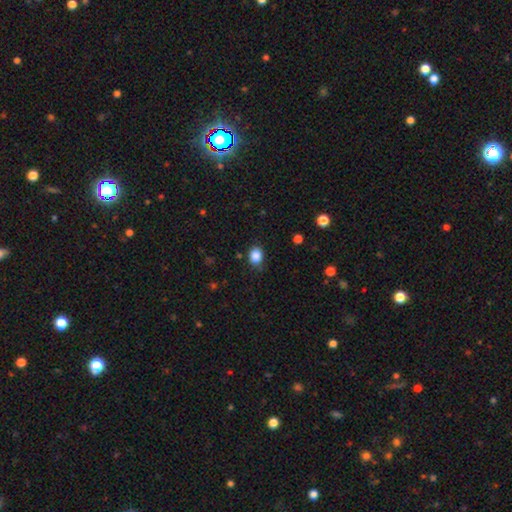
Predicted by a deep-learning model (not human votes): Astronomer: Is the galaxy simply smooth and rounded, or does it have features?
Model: smooth — 87%.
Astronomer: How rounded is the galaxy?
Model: round — 50% (runner-up: in between, 49%).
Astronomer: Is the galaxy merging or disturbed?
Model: none — 81%.